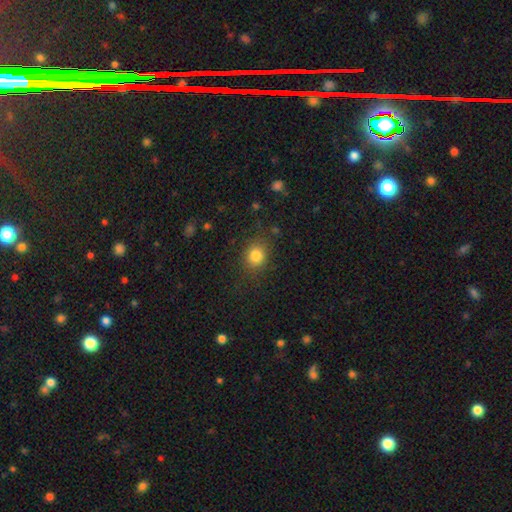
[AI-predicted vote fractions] Smooth or featured: smooth — 83% (star or artifact — 11%)
How rounded: round — 70% (in between — 29%)
Merging: none — 83% (minor disturbance — 12%)